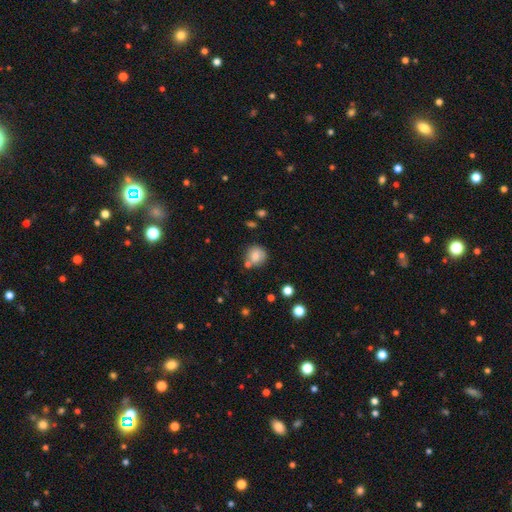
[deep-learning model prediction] A smooth galaxy with no disk features (77%) that is round (84%).

Vote fractions:
- Smooth or featured? smooth: 77% / featured or disk: 13% / star or artifact: 10%
- How rounded? round: 84% / in between: 15% / cigar-shaped: 1%
- Merging? none: 65% / minor disturbance: 16% / merger: 15% / major disturbance: 4%